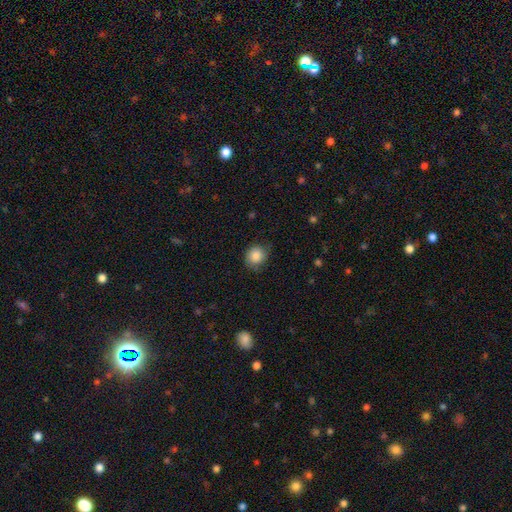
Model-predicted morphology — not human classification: Smooth or featured? smooth (85%)
How rounded? round (79%)
Merging? none (68%)